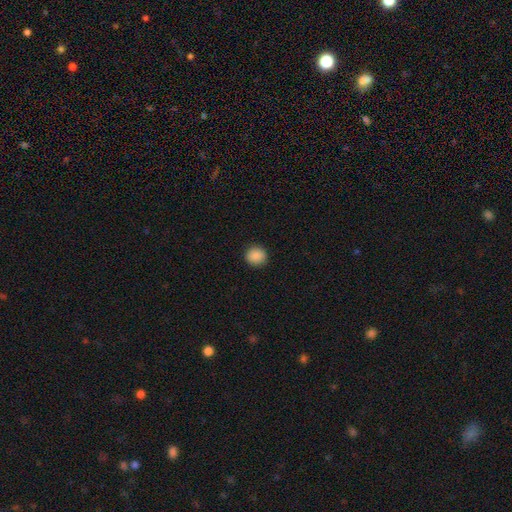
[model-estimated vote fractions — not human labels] A smooth galaxy with no disk features (89%) that is round (86%).

Vote fractions:
- Smooth or featured? smooth: 89% / star or artifact: 9% / featured or disk: 3%
- How rounded? round: 86% / in between: 13% / cigar-shaped: 1%
- Merging? none: 90% / minor disturbance: 7% / major disturbance: 2% / merger: 1%